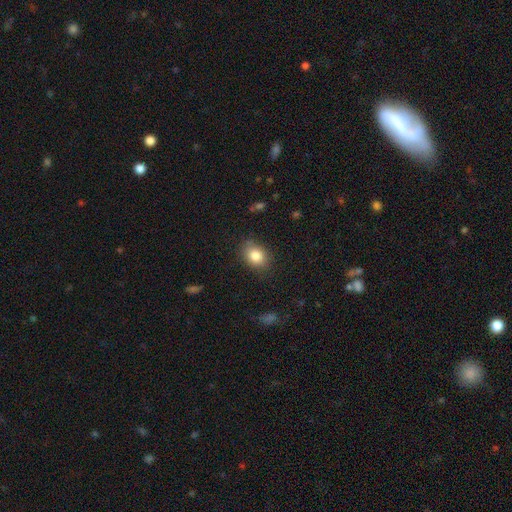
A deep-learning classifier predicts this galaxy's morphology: The model was most divided on "how rounded": in between: 61%, round: 38%, cigar-shaped: 1%. More confident: smooth or featured — smooth (83%); merging — none (80%).